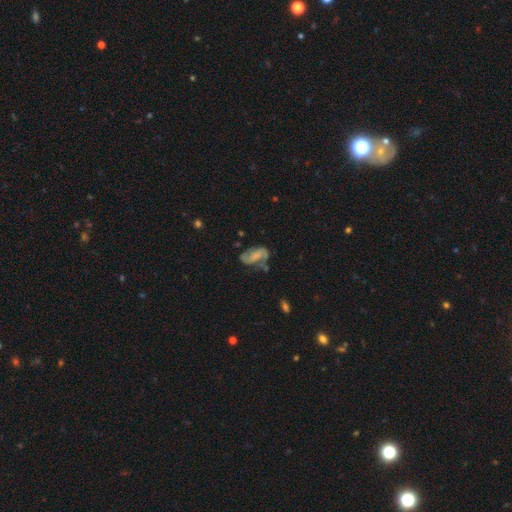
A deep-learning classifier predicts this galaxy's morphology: type=featured or disk (69%); edge-on=no (97%); bar=weak (40%); spiral arms=yes (88%); winding=medium (45%); arm count=2 (84%); bulge=none (48%); merging=none (52%).